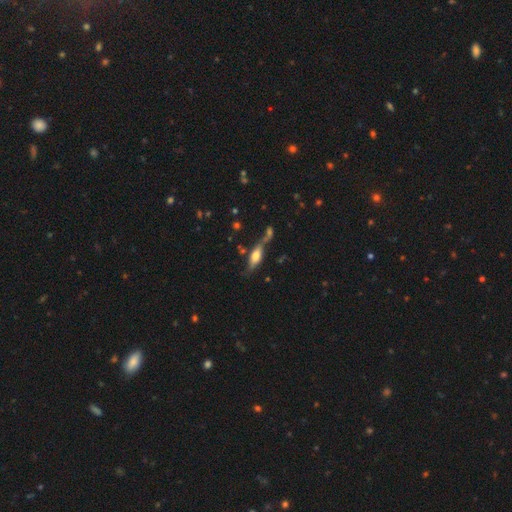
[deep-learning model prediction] Q: Smooth or featured?
A: featured or disk (51%); runner-up: smooth (41%)
Q: Edge-on disk?
A: yes (83%); runner-up: no (17%)
Q: Merging?
A: none (52%); runner-up: merger (22%)